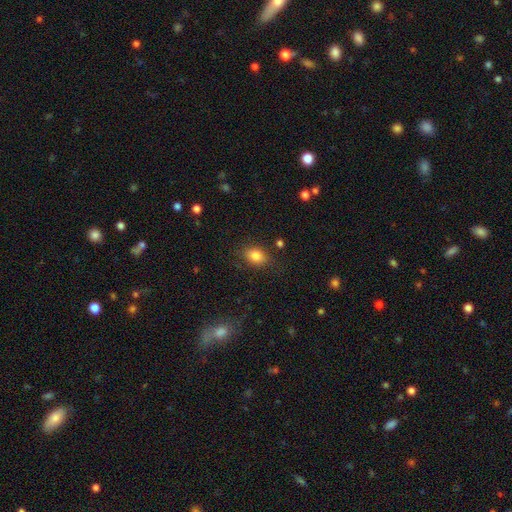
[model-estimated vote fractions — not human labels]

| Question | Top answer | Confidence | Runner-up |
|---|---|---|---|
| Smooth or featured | smooth | 83% | star or artifact (10%) |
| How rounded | in between | 72% | round (27%) |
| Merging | none | 80% | minor disturbance (13%) |